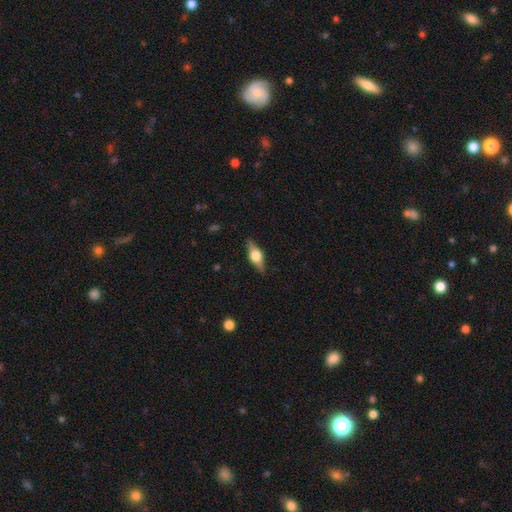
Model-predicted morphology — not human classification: Q: Smooth or featured?
A: featured or disk (56%); runner-up: smooth (37%)
Q: Edge-on disk?
A: yes (93%); runner-up: no (7%)
Q: Edge-on bulge?
A: rounded (93%); runner-up: boxy (6%)
Q: Merging?
A: none (86%); runner-up: minor disturbance (11%)